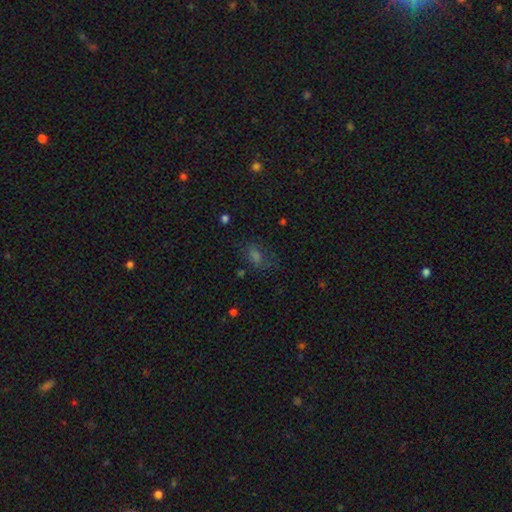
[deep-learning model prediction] A smooth galaxy with no disk features (50%) that is in between round and cigar-shaped (76%).

Vote fractions:
- Smooth or featured? smooth: 50% / star or artifact: 33% / featured or disk: 16%
- How rounded? in between: 76% / round: 20% / cigar-shaped: 4%
- Merging? none: 62% / minor disturbance: 20% / major disturbance: 15% / merger: 3%